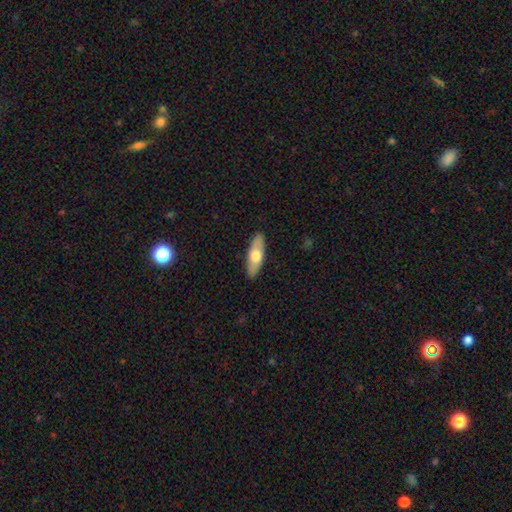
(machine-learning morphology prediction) smooth 59%, featured or disk 36%, star or artifact 5%. Down the decision tree: how rounded — in between (61%); merging — none (89%).